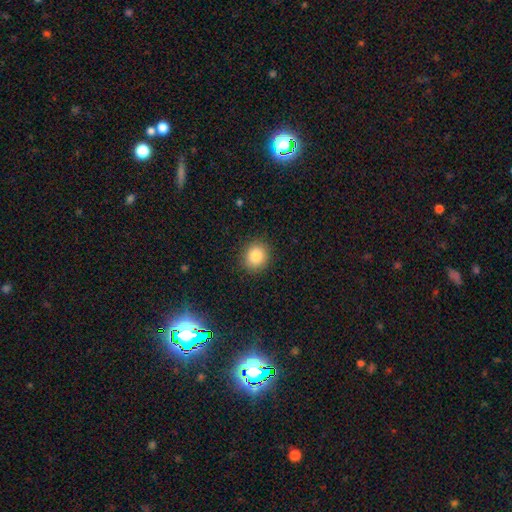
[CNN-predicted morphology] Q: Smooth or featured?
A: smooth (85%); runner-up: star or artifact (10%)
Q: How rounded?
A: round (81%); runner-up: in between (18%)
Q: Merging?
A: none (90%); runner-up: minor disturbance (7%)